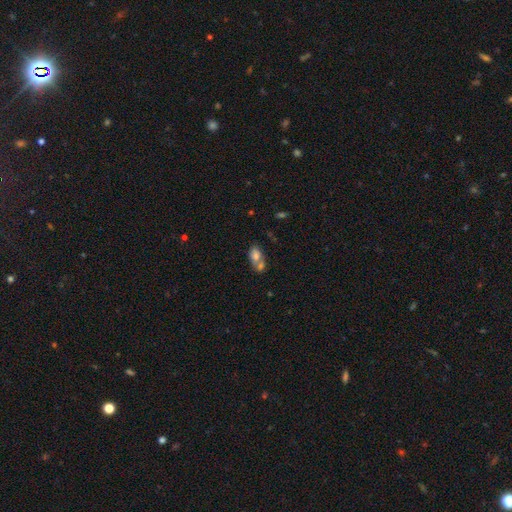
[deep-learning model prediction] Overall: smooth (70%). How rounded: in between (85%). Merging: merger (53%; none 29%).